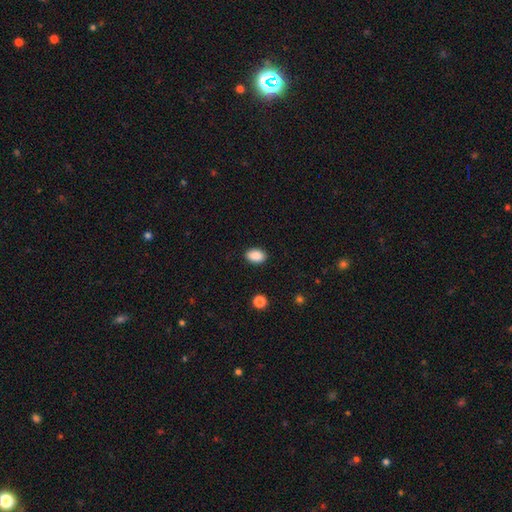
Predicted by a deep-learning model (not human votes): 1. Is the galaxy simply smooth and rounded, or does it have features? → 89% smooth, 8% star or artifact, 3% featured or disk.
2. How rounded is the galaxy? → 86% in between, 13% round, 1% cigar-shaped.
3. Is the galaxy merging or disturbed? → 88% none, 8% minor disturbance, 2% major disturbance, 1% merger.